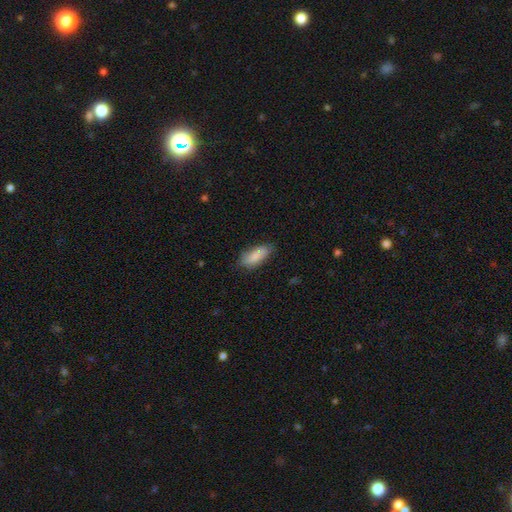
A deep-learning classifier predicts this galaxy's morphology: Smooth or featured? Predicted: smooth (p=0.82). How rounded? Predicted: in between (p=0.82). Merging? Predicted: none (p=0.70).